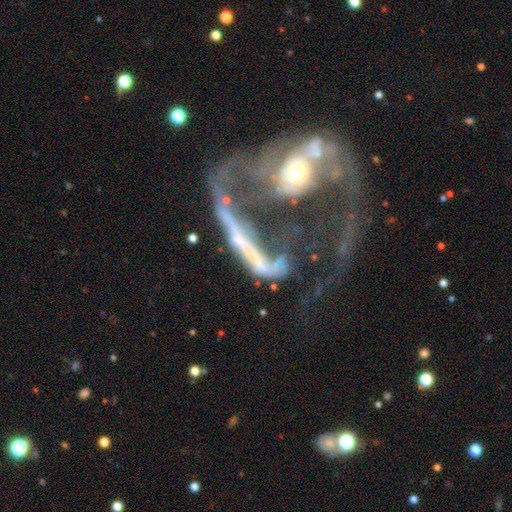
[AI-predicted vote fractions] The model was most divided on "bulge size" (2-way tie): moderate: 41%, small: 41%, none: 9%, large: 6%, dominant: 3%. More confident: edge-on disk — no (84%); smooth or featured — featured or disk (76%); bar — no (59%); spiral arms — yes (57%); merging — merger (55%).